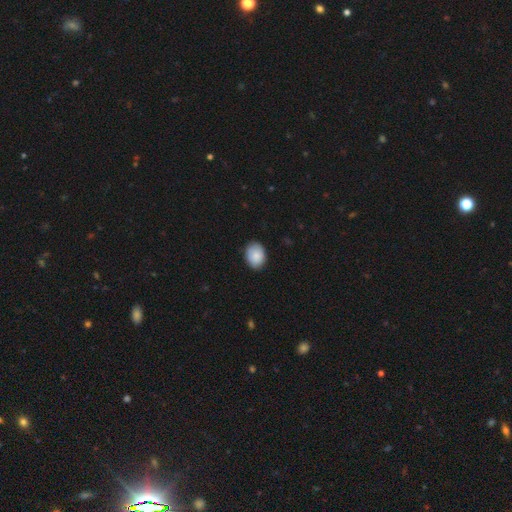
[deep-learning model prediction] The model was most divided on "how rounded": in between: 70%, round: 30%, cigar-shaped: 1%. More confident: smooth or featured — smooth (87%); merging — none (85%).